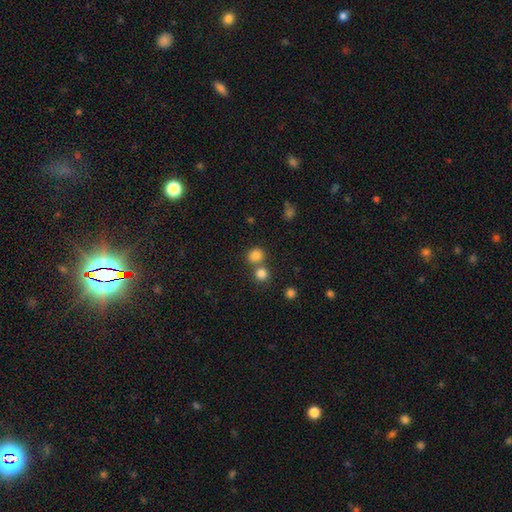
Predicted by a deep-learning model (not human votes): Overall: smooth (82%). How rounded: round (80%). Merging: none (61%; merger 28%).